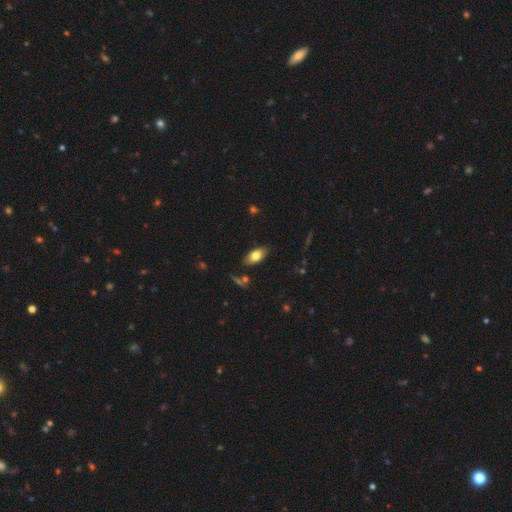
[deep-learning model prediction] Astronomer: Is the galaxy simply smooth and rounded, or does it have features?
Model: smooth — 78%.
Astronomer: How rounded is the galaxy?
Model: in between — 90%.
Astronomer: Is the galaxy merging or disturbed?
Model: none — 81%.